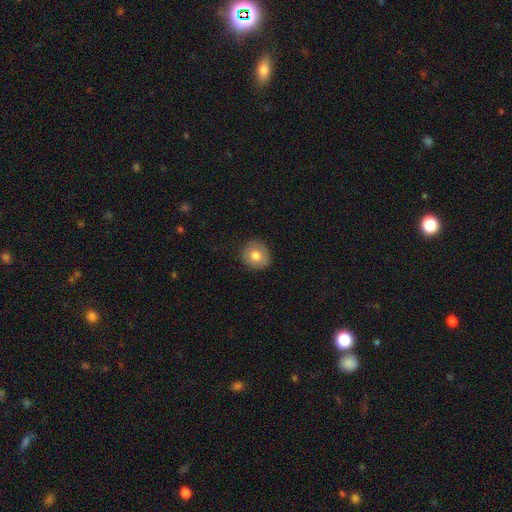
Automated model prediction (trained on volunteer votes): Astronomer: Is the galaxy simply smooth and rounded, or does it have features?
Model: smooth — 77%.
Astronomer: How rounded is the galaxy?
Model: round — 89%.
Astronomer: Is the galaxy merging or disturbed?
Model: none — 89%.